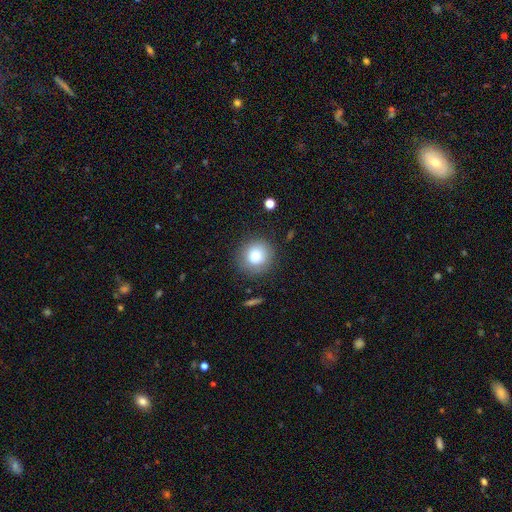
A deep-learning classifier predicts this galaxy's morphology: smooth-or-featured: smooth: 81% | star or artifact: 9% | featured or disk: 9%
  how-rounded: round: 91% | in between: 8% | cigar-shaped: 1%
  merging: none: 83% | minor disturbance: 11% | major disturbance: 4% | merger: 2%